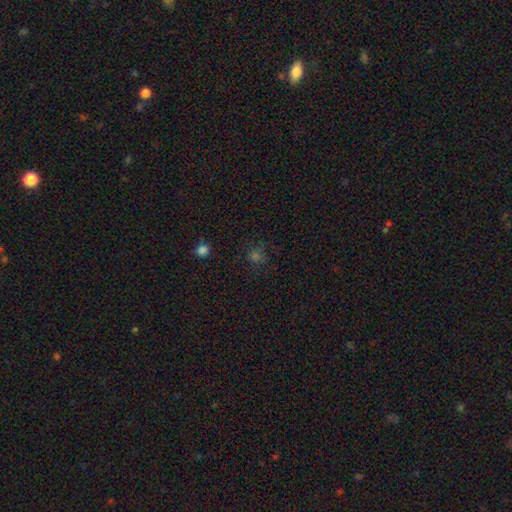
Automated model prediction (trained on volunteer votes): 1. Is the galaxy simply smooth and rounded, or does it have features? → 49% smooth, 40% star or artifact, 11% featured or disk.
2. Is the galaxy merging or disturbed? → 73% none, 15% minor disturbance, 9% major disturbance, 3% merger.